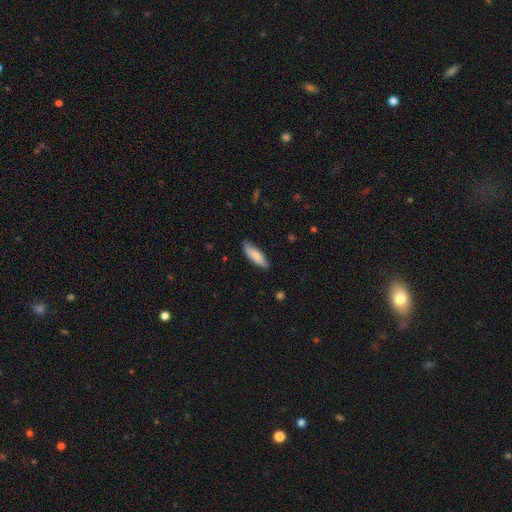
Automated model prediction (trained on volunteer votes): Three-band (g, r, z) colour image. It shows a smooth galaxy with no disk features (81%) that is in between round and cigar-shaped (53%). Merging: none (81%).